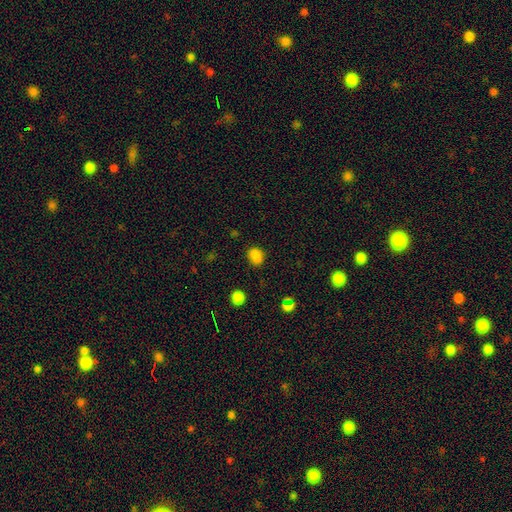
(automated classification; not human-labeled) Overall: smooth (76%). How rounded: round (56%; in between 43%). Merging: none (65%).